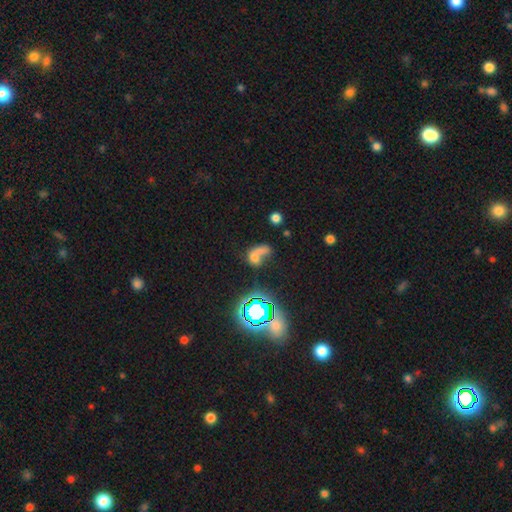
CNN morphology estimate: smooth 50%, star or artifact 26%, featured or disk 24%. Down the decision tree: merging — merger (57%).